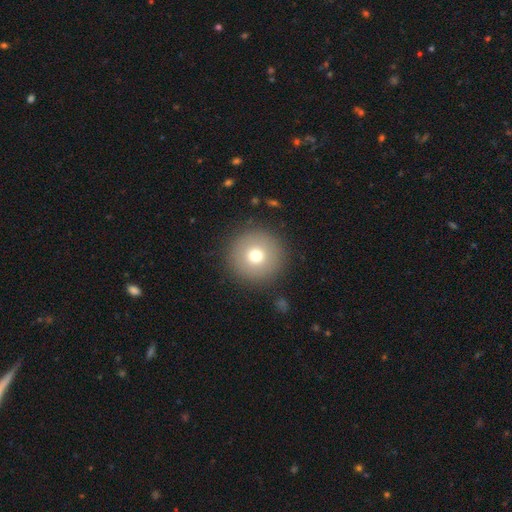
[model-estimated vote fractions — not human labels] smooth-or-featured: smooth: 72% | featured or disk: 16% | star or artifact: 12%
  how-rounded: round: 97% | in between: 2% | cigar-shaped: 1%
  merging: none: 90% | minor disturbance: 6% | major disturbance: 3% | merger: 1%